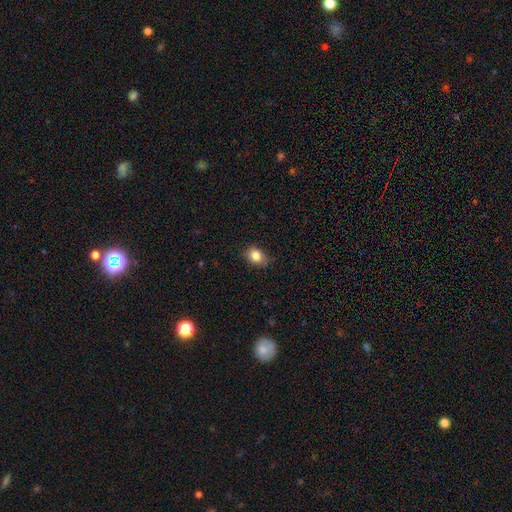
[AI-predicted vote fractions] Smooth or featured? Predicted: smooth (p=0.84). How rounded? Predicted: in between (p=0.55). Merging? Predicted: none (p=0.76).